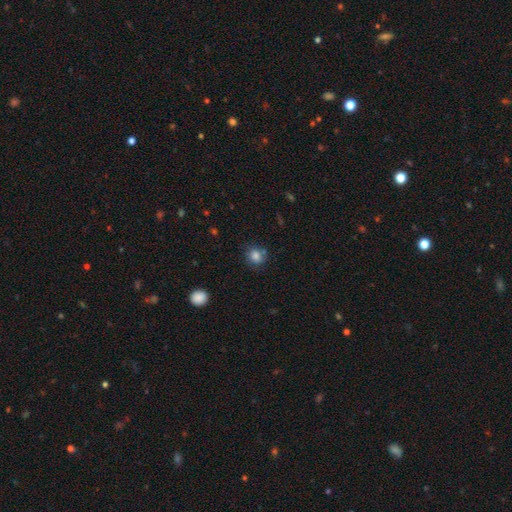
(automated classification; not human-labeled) smooth-or-featured: smooth: 82% | star or artifact: 11% | featured or disk: 7%
  how-rounded: round: 76% | in between: 23% | cigar-shaped: 1%
  merging: none: 70% | minor disturbance: 17% | merger: 7% | major disturbance: 5%